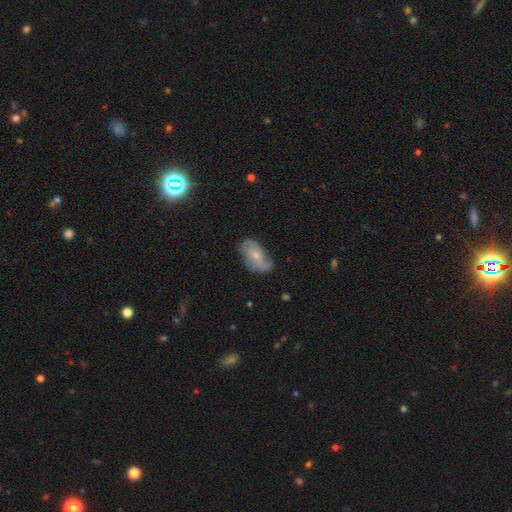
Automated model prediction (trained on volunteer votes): Smooth or featured?
  - featured or disk: 52% *
  - smooth: 40%
  - star or artifact: 7%
Edge-on disk?
  - no: 94% *
  - yes: 6%
Merging?
  - none: 52% *
  - minor disturbance: 33%
  - major disturbance: 13%
  - merger: 2%